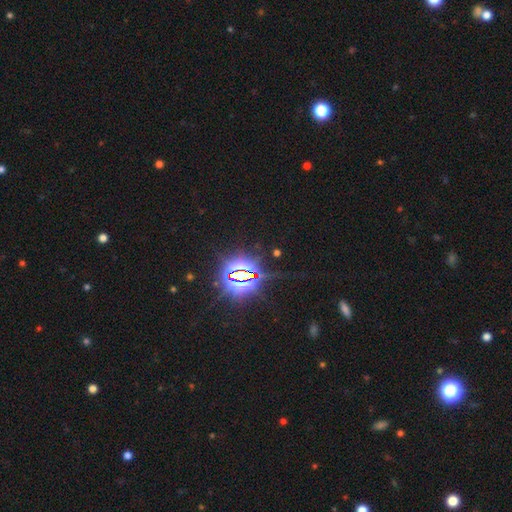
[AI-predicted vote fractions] smooth-or-featured: star or artifact: 84% | smooth: 10% | featured or disk: 6%